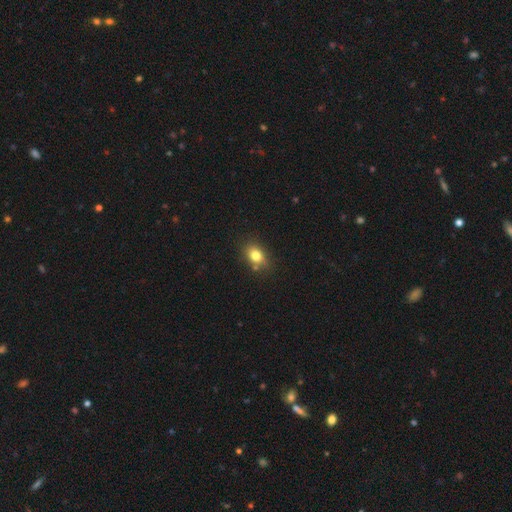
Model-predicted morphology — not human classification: Smooth or featured? smooth (79%)
How rounded? in between (64%)
Merging? none (75%)